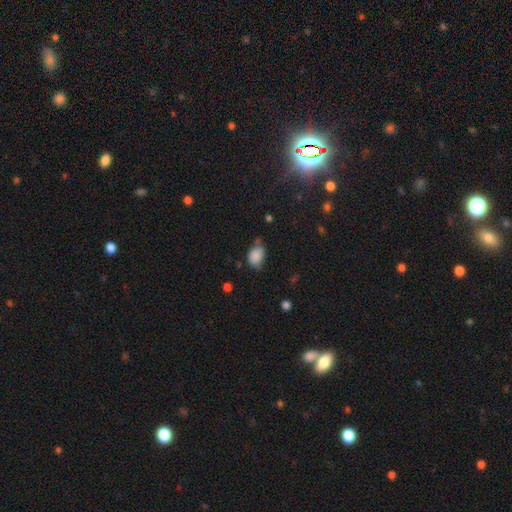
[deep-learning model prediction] smooth 85%, star or artifact 9%, featured or disk 6%. Down the decision tree: how rounded — in between (69%); merging — none (48%).